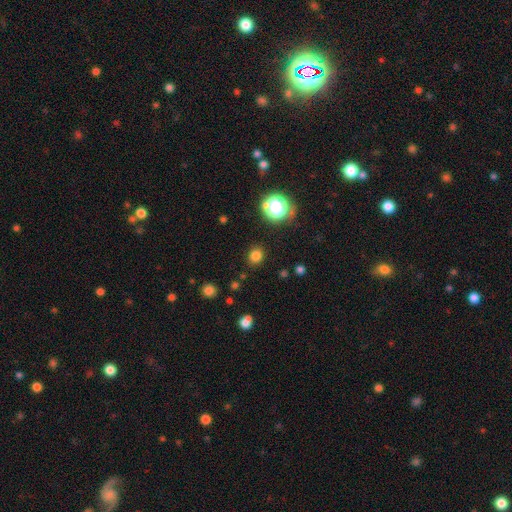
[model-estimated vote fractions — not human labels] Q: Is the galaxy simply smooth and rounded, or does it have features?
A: smooth — 77%.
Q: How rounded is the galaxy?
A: round — 81%.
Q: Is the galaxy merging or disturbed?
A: none — 88%.